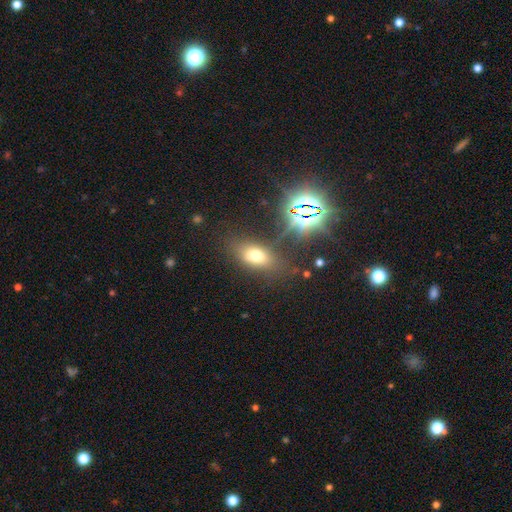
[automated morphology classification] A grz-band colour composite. It shows a smooth galaxy with no disk features (64%) that is in between round and cigar-shaped (81%). Merging: none (71%).